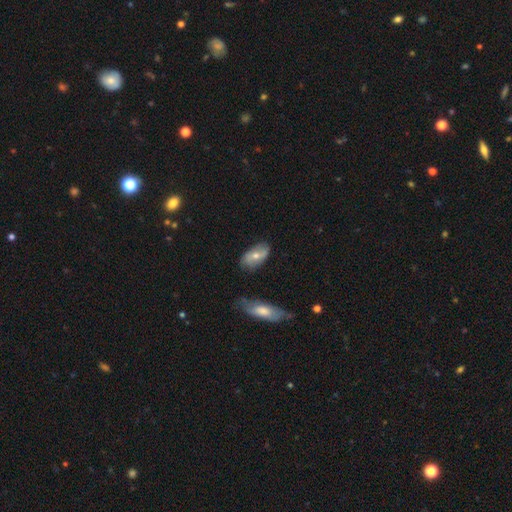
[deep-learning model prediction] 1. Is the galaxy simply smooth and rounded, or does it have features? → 47% featured or disk, 44% smooth, 9% star or artifact.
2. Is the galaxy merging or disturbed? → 71% none, 21% minor disturbance, 5% major disturbance, 3% merger.